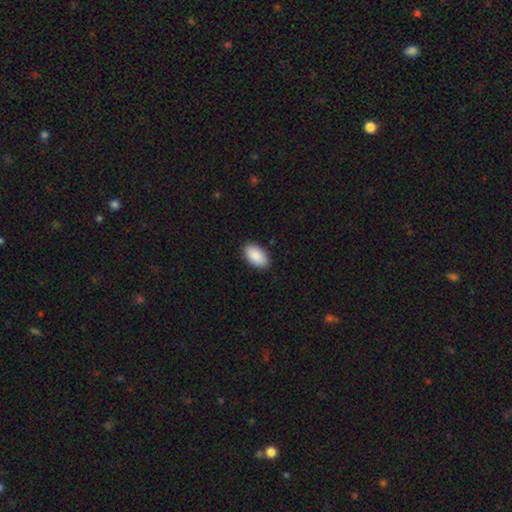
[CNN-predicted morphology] A smooth galaxy with no disk features (90%) that is in between round and cigar-shaped (95%). Merging: none (89%).